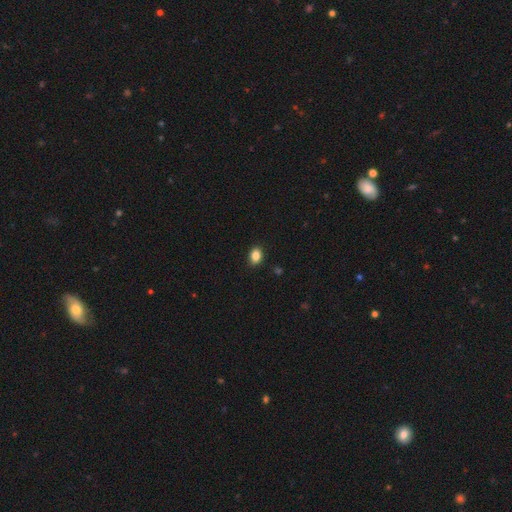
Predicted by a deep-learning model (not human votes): Q: Smooth or featured?
A: smooth (86%); runner-up: star or artifact (9%)
Q: How rounded?
A: in between (76%); runner-up: round (22%)
Q: Merging?
A: none (89%); runner-up: minor disturbance (8%)